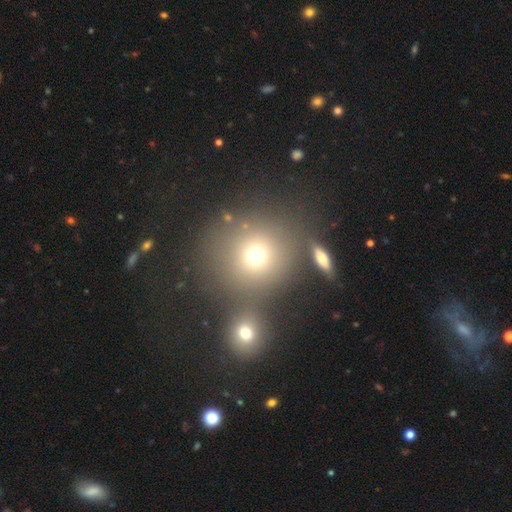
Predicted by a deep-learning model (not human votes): The model was most divided on "merging": none: 59%, merger: 26%, minor disturbance: 9%, major disturbance: 6%. More confident: how rounded — round (88%); smooth or featured — smooth (71%).